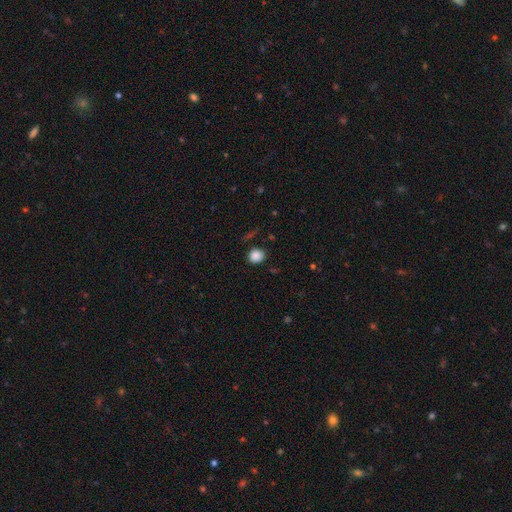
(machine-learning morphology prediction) smooth_or_featured: smooth (p=0.86) [alt: star or artifact p=0.10]
how_rounded: round (p=0.80) [alt: in between p=0.19]
merging: none (p=0.83) [alt: minor disturbance p=0.11]